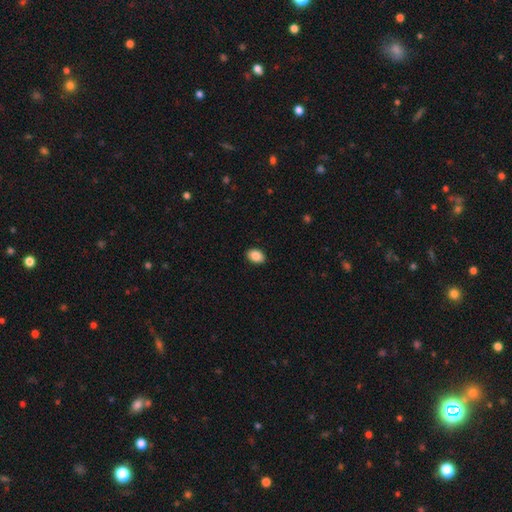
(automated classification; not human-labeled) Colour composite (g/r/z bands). It shows a smooth galaxy with no disk features (87%) that is in between round and cigar-shaped (78%). Merging: none (91%).